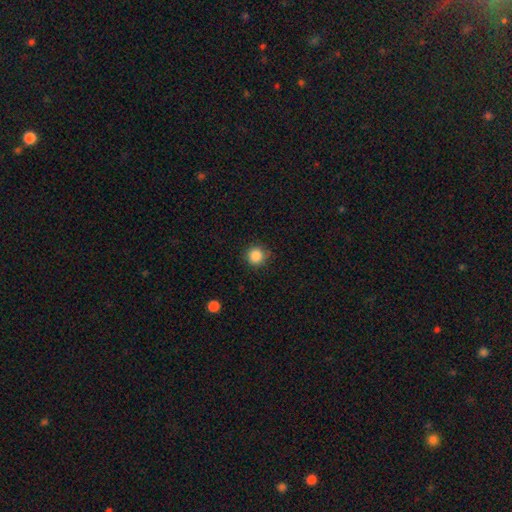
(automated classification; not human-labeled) Smooth or featured?
  - smooth: 86% *
  - star or artifact: 10%
  - featured or disk: 3%
How rounded?
  - round: 94% *
  - in between: 5%
  - cigar-shaped: 1%
Merging?
  - none: 87% *
  - minor disturbance: 9%
  - major disturbance: 3%
  - merger: 1%